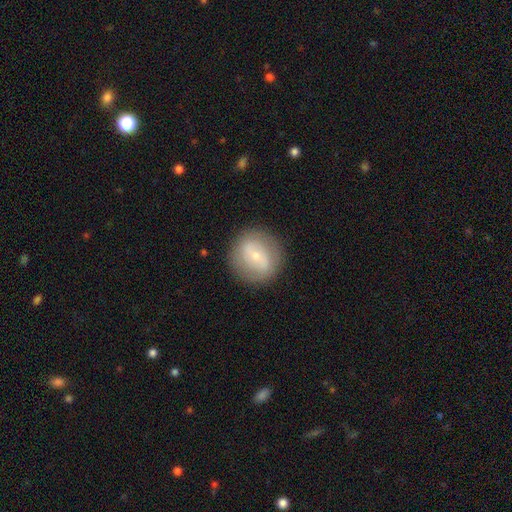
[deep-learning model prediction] Morphology: type=smooth (46%, tied with featured or disk); merging=none (86%).